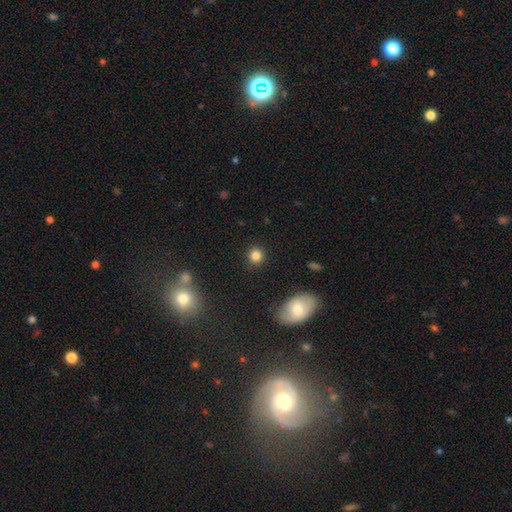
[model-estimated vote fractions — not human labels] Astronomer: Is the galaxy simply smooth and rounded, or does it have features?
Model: smooth — 83%.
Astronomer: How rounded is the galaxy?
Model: round — 89%.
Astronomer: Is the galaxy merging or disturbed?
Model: none — 90%.